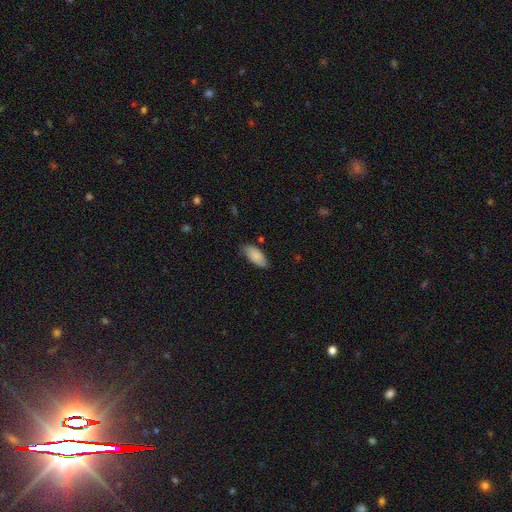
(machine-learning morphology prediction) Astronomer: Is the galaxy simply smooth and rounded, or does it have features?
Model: smooth — 87%.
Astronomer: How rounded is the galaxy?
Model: in between — 90%.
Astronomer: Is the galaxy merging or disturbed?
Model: none — 75%.